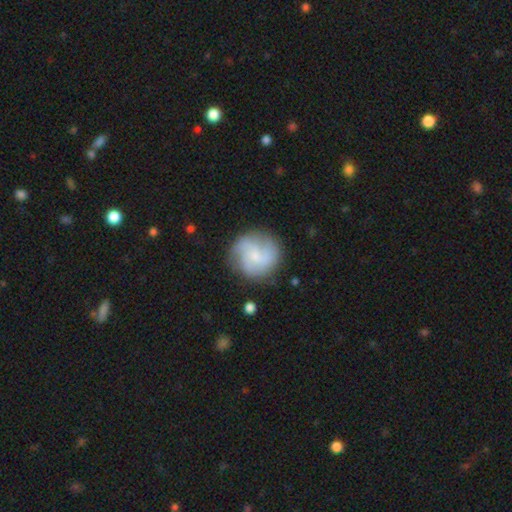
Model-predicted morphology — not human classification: A featured or disk galaxy (63%) with no bar (63%), 3 (43%) medium (47%) spiral arms (92%) and a small central bulge (59%).

Vote fractions:
- Smooth or featured? featured or disk: 63% / smooth: 30% / star or artifact: 7%
- Edge-on disk? no: 98% / yes: 2%
- Bar? no: 63% / weak: 32% / strong: 4%
- Spiral arms? yes: 92% / no: 8%
- Spiral winding? medium: 47% / tight: 31% / loose: 22%
- Spiral arm count? 3: 43% / can't tell: 18% / 4: 16% / 2: 14% / 1: 5% / more than 4: 5%
- Bulge size? small: 59% / moderate: 26% / none: 12% / large: 2% / dominant: 1%
- Merging? none: 77% / minor disturbance: 15% / major disturbance: 6% / merger: 2%